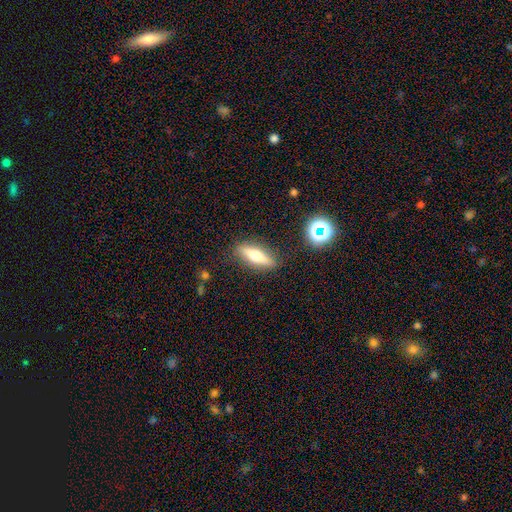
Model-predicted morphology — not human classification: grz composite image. It shows a smooth galaxy with no disk features (51%) that is cigar-shaped (59%). Merging: none (86%).